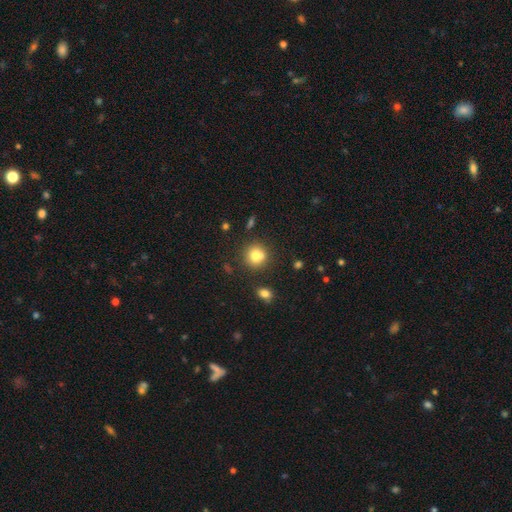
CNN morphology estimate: This appears to be a smooth galaxy with no disk features (77%) that is round (89%). Merging: none (70%).